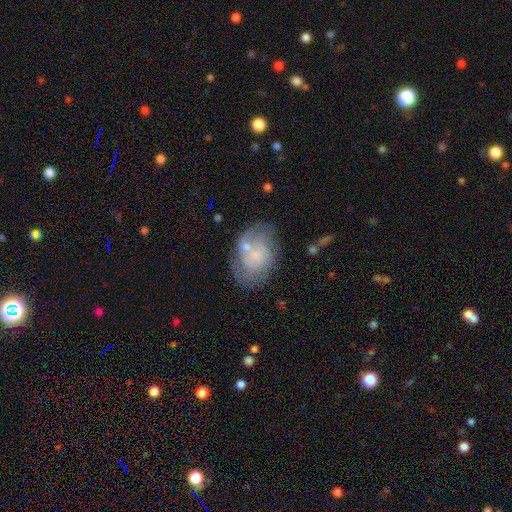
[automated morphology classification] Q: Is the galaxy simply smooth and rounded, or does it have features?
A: featured or disk — 60%.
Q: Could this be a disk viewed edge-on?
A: no — 97%.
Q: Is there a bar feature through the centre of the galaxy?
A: no — 74%.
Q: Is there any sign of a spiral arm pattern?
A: yes — 76%.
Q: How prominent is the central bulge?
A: small — 67%.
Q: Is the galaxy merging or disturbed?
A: none — 50%.